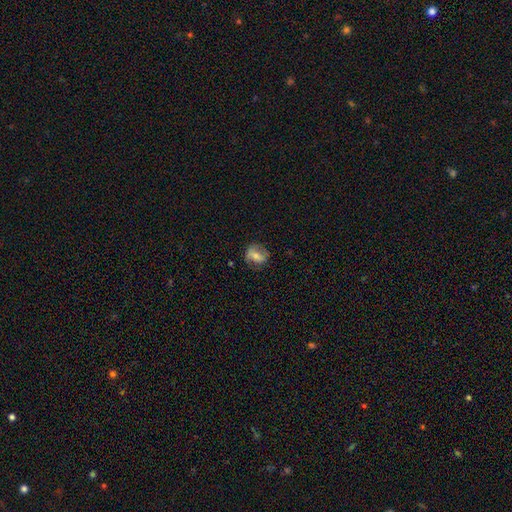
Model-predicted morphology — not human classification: smooth_or_featured: featured or disk (p=0.46) [tied with: smooth p=0.46]
merging: none (p=0.68) [alt: minor disturbance p=0.21]